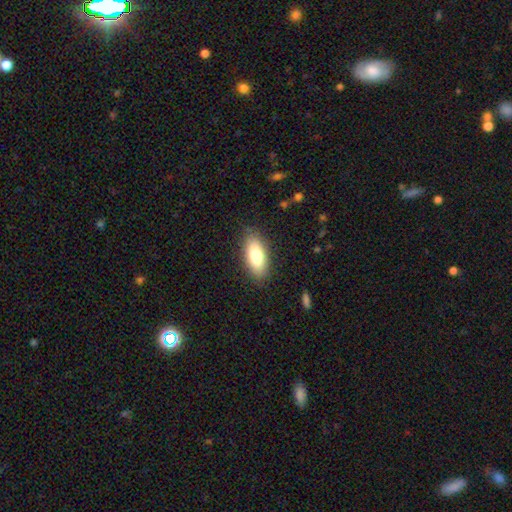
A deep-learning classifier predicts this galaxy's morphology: Smooth or featured: smooth — 77% (featured or disk — 17%)
How rounded: in between — 84% (cigar-shaped — 13%)
Merging: none — 86% (minor disturbance — 10%)